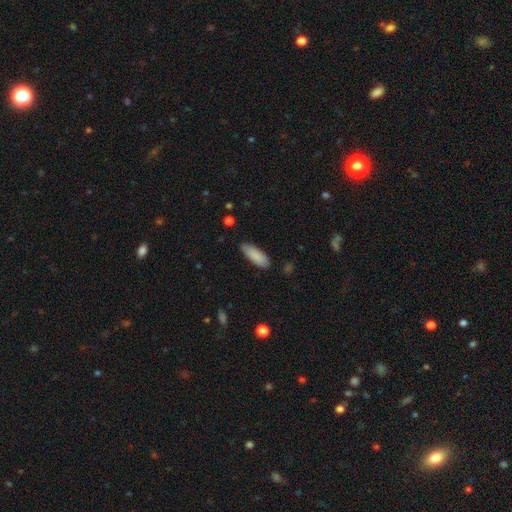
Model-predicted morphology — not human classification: Smooth or featured?
  - smooth: 88% *
  - star or artifact: 6%
  - featured or disk: 6%
How rounded?
  - in between: 64% *
  - cigar-shaped: 34%
  - round: 1%
Merging?
  - none: 84% *
  - minor disturbance: 13%
  - major disturbance: 2%
  - merger: 1%